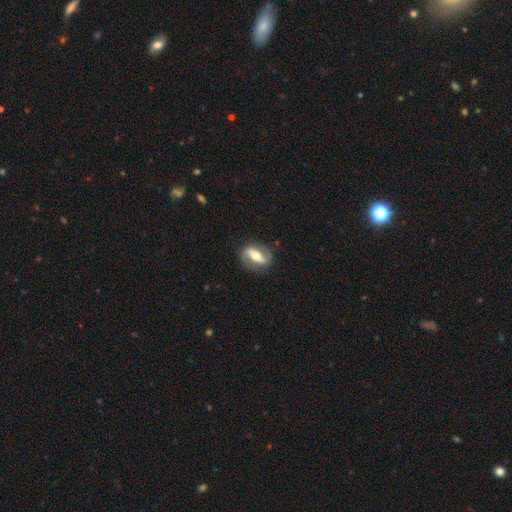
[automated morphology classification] smooth_or_featured: featured or disk (p=0.74) [alt: smooth p=0.20]
disk_edge_on: no (p=0.90) [alt: yes p=0.10]
bar: strong (p=0.60) [alt: weak p=0.22]
has_spiral_arms: yes (p=0.82) [alt: no p=0.18]
spiral_winding: medium (p=0.40) [alt: loose p=0.36]
spiral_arm_count: 2 (p=0.87) [alt: can't tell p=0.05]
bulge_size: moderate (p=0.65) [alt: small p=0.20]
merging: none (p=0.80) [alt: minor disturbance p=0.13]